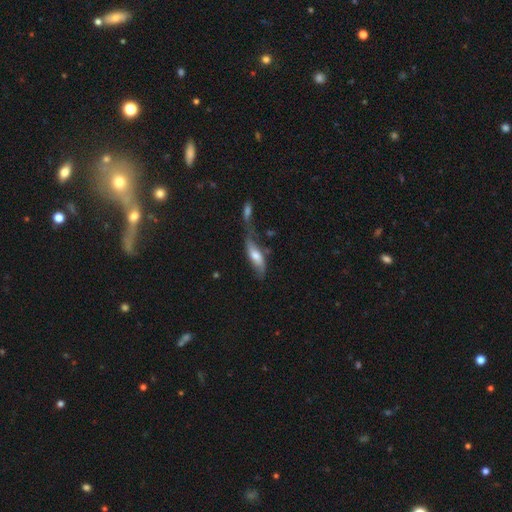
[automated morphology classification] smooth-or-featured: smooth: 52% | featured or disk: 42% | star or artifact: 7%
  how-rounded: in between: 56% | cigar-shaped: 42% | round: 3%
  merging: merger: 39% | none: 28% | minor disturbance: 18% | major disturbance: 15%